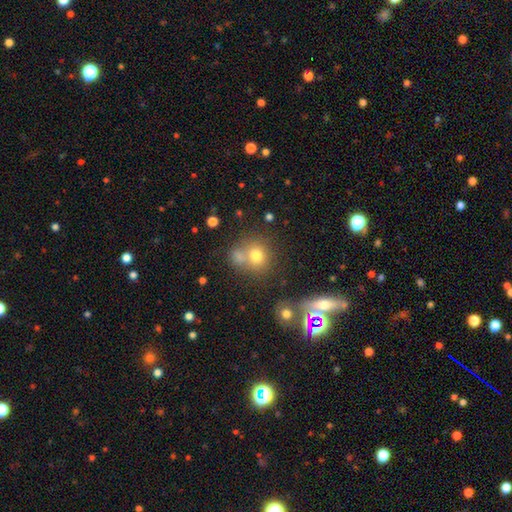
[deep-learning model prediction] A smooth galaxy with no disk features (71%) that is round (82%).

Vote fractions:
- Smooth or featured? smooth: 71% / star or artifact: 17% / featured or disk: 13%
- How rounded? round: 82% / in between: 17% / cigar-shaped: 1%
- Merging? none: 52% / merger: 32% / minor disturbance: 11% / major disturbance: 5%